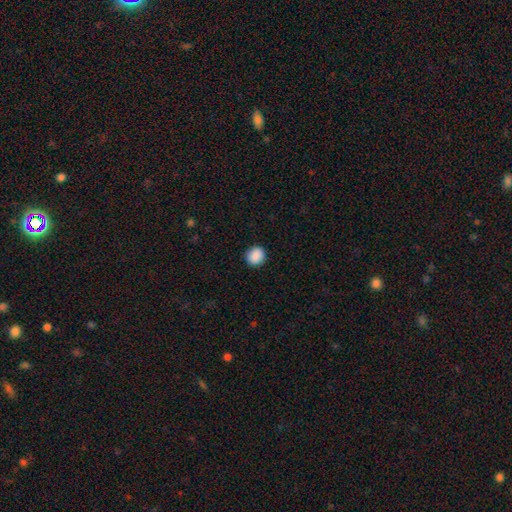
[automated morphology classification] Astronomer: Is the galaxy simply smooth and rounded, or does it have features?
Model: smooth — 90%.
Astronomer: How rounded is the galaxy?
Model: round — 90%.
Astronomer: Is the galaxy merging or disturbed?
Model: none — 91%.